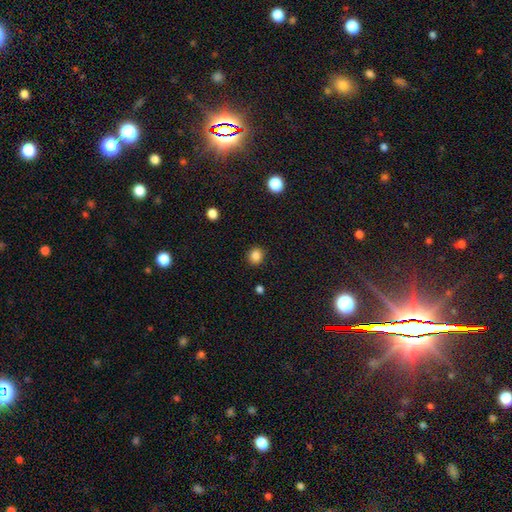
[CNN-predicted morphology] type=smooth (85%); roundness=round (78%); merging=none (89%).